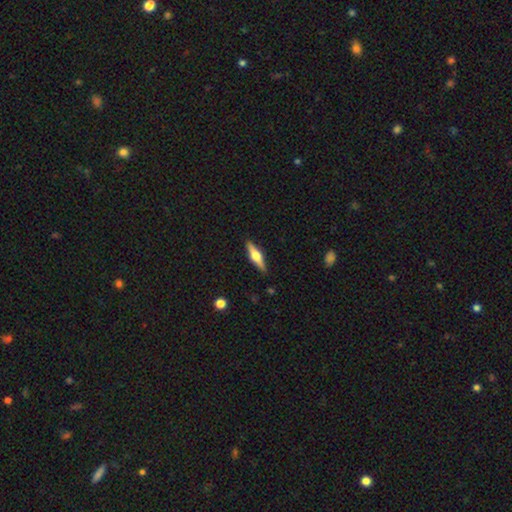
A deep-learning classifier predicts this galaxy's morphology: A featured or disk galaxy (62%) viewed edge-on (96%) with a rounded central bulge (93%). Merging: none (89%).